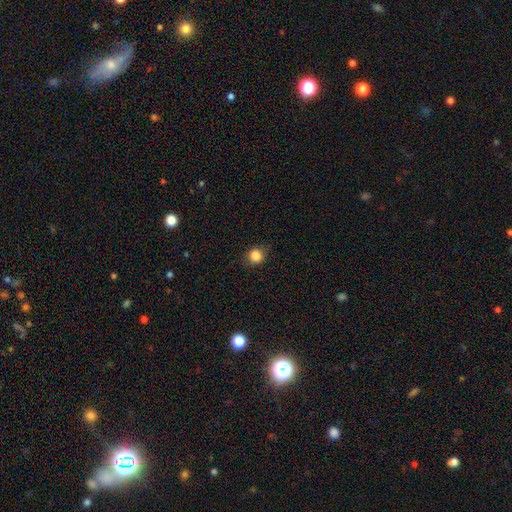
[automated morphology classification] Smooth or featured? smooth (85%)
How rounded? round (79%)
Merging? none (81%)